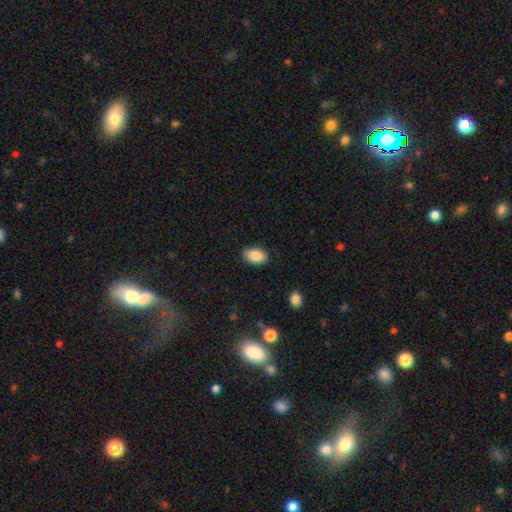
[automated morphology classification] Q: Smooth or featured?
A: smooth (88%); runner-up: star or artifact (7%)
Q: How rounded?
A: in between (92%); runner-up: round (6%)
Q: Merging?
A: none (84%); runner-up: minor disturbance (13%)